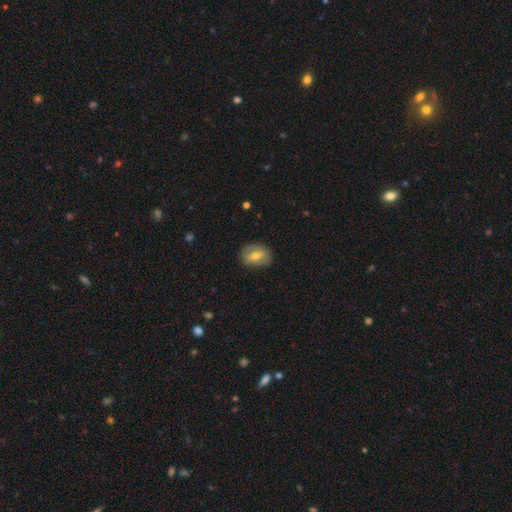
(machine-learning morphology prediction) Smooth or featured?
  - smooth: 58% *
  - featured or disk: 34%
  - star or artifact: 7%
How rounded?
  - in between: 72% *
  - round: 26%
  - cigar-shaped: 1%
Merging?
  - none: 78% *
  - minor disturbance: 16%
  - major disturbance: 4%
  - merger: 1%